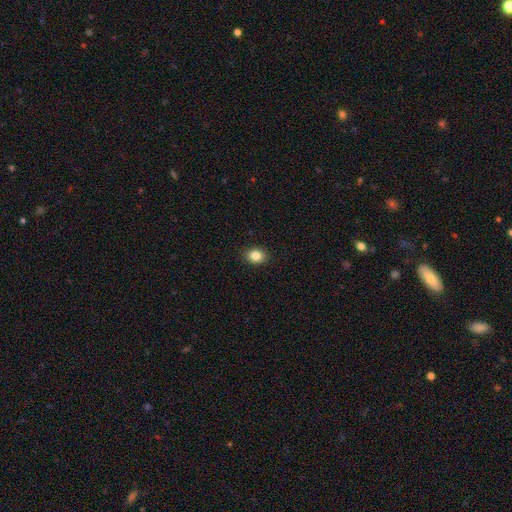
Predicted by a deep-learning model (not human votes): A smooth galaxy with no disk features (85%) that is round (52%).

Vote fractions:
- Smooth or featured? smooth: 85% / star or artifact: 10% / featured or disk: 5%
- How rounded? round: 52% / in between: 47% / cigar-shaped: 1%
- Merging? none: 91% / minor disturbance: 7% / major disturbance: 2% / merger: 1%